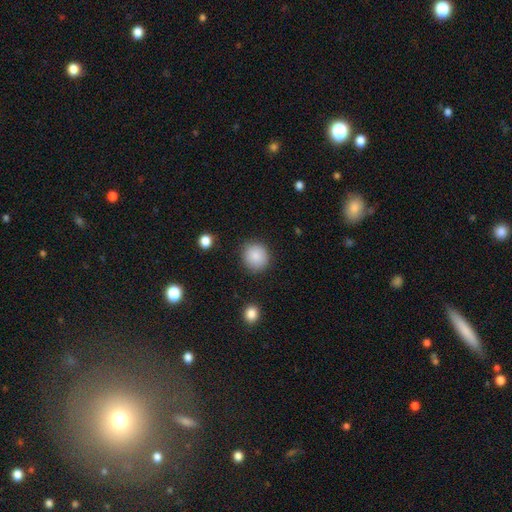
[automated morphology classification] A smooth galaxy with no disk features (86%) that is round (90%).

Vote fractions:
- Smooth or featured? smooth: 86% / star or artifact: 9% / featured or disk: 5%
- How rounded? round: 90% / in between: 9% / cigar-shaped: 1%
- Merging? none: 87% / minor disturbance: 9% / major disturbance: 3% / merger: 1%